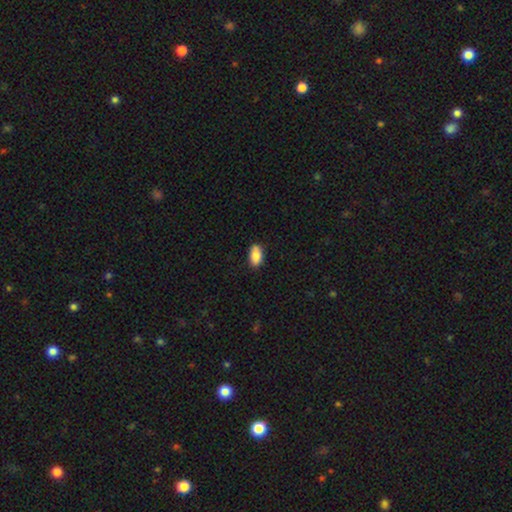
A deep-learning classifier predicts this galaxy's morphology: smooth 86%, star or artifact 7%, featured or disk 7%. Down the decision tree: how rounded — in between (93%); merging — none (84%).